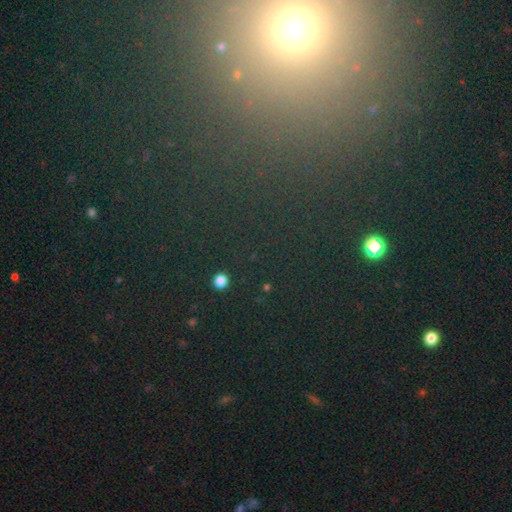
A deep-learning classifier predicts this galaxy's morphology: This appears to be a star or artifact, not a galaxy (63%).